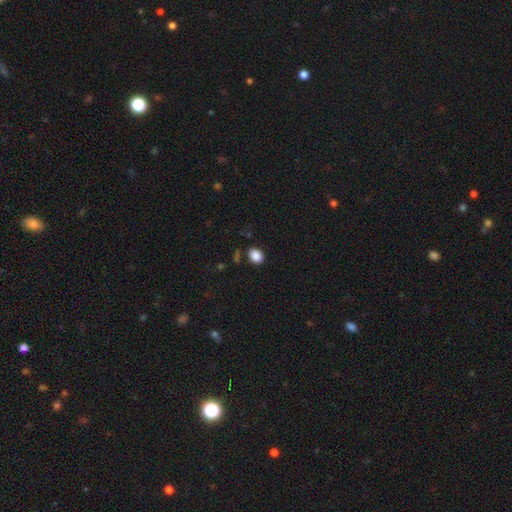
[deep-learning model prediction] Smooth or featured? smooth (88%)
How rounded? in between (65%)
Merging? none (82%)